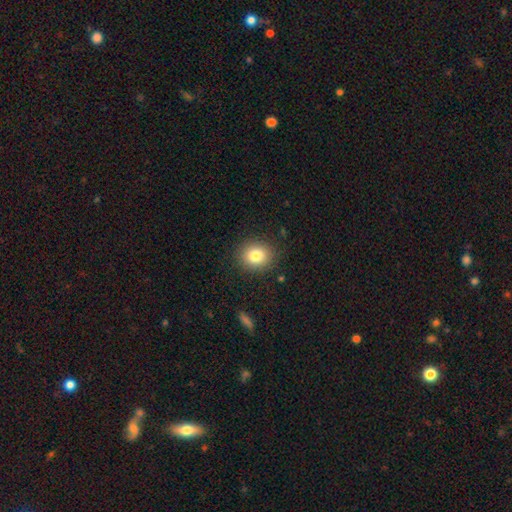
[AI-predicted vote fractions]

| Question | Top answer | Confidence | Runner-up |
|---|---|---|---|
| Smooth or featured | smooth | 80% | star or artifact (11%) |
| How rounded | round | 75% | in between (24%) |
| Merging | none | 88% | minor disturbance (8%) |